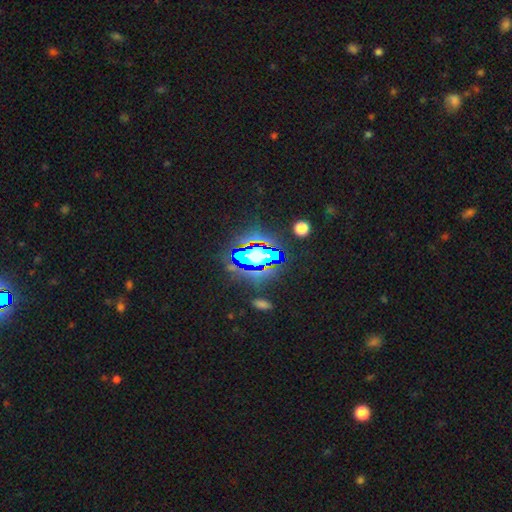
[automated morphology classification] The model was most divided on "smooth or featured": star or artifact: 60%, smooth: 22%, featured or disk: 18%.